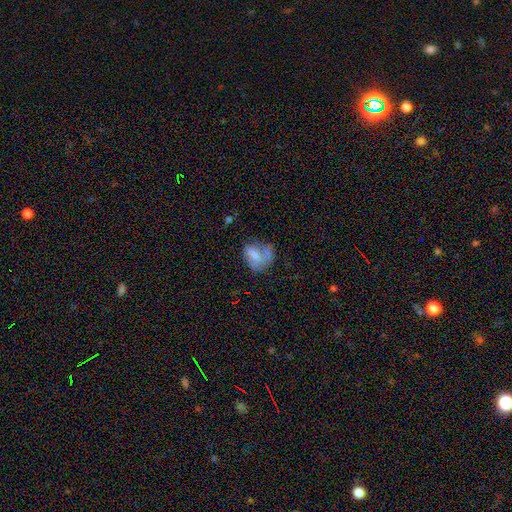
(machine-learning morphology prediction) Smooth or featured? Predicted: smooth (p=0.59). How rounded? Predicted: in between (p=0.62). Merging? Predicted: none (p=0.36).